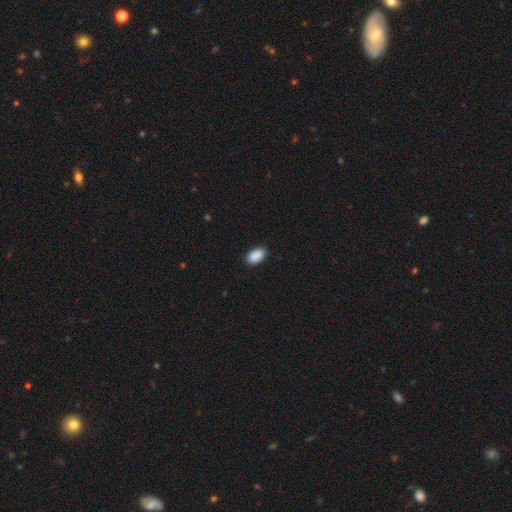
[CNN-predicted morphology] Smooth or featured: smooth — 90% (star or artifact — 7%)
How rounded: in between — 93% (round — 5%)
Merging: none — 88% (minor disturbance — 9%)